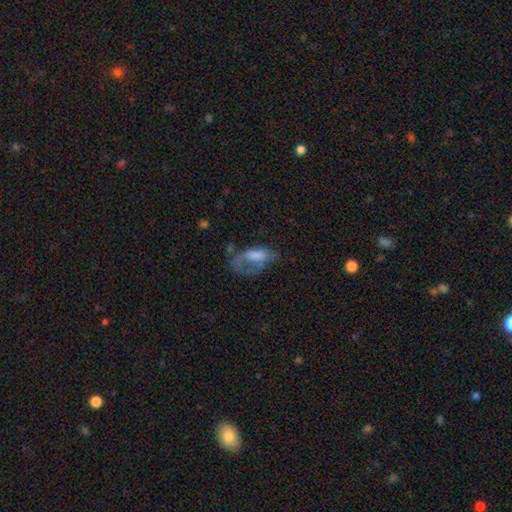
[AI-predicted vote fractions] Q: Smooth or featured?
A: smooth (48%); runner-up: featured or disk (40%)
Q: Merging?
A: major disturbance (47%); runner-up: none (27%)